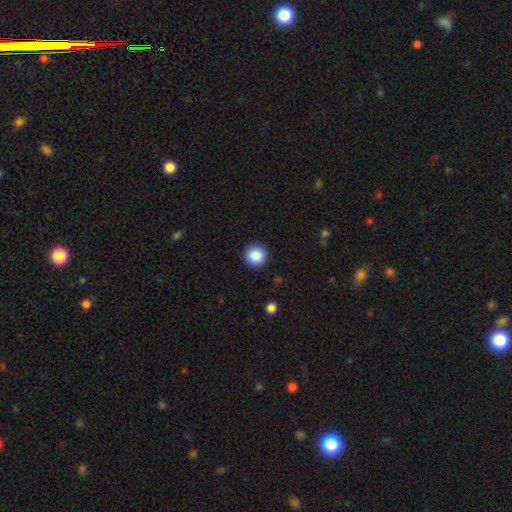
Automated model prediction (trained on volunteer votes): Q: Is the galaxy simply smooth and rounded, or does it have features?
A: smooth — 88%.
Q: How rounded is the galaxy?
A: round — 96%.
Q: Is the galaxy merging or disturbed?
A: none — 92%.